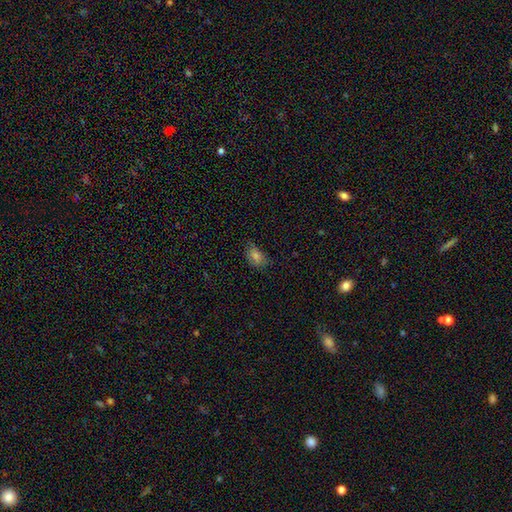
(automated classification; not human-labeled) Morphology: type=smooth (67%); roundness=in between (77%); merging=none (67%).